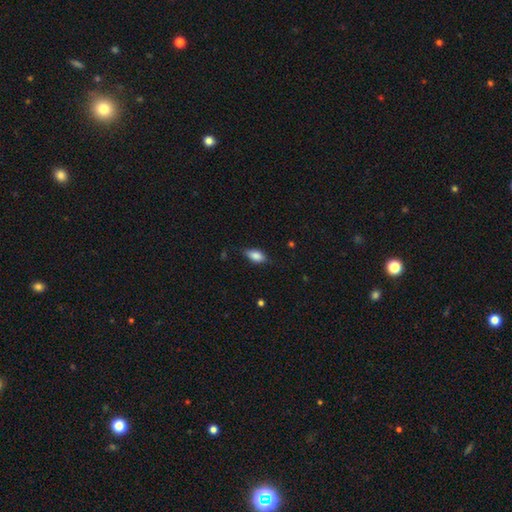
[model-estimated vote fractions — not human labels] This appears to be a smooth galaxy with no disk features (80%) that is in between round and cigar-shaped (86%). Merging: none (74%).